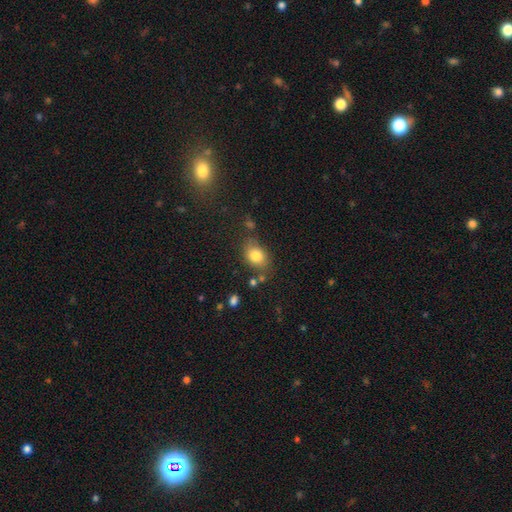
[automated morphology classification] A smooth galaxy with no disk features (81%) that is in between round and cigar-shaped (69%).

Vote fractions:
- Smooth or featured? smooth: 81% / featured or disk: 10% / star or artifact: 9%
- How rounded? in between: 69% / round: 29% / cigar-shaped: 1%
- Merging? none: 70% / minor disturbance: 18% / merger: 6% / major disturbance: 5%